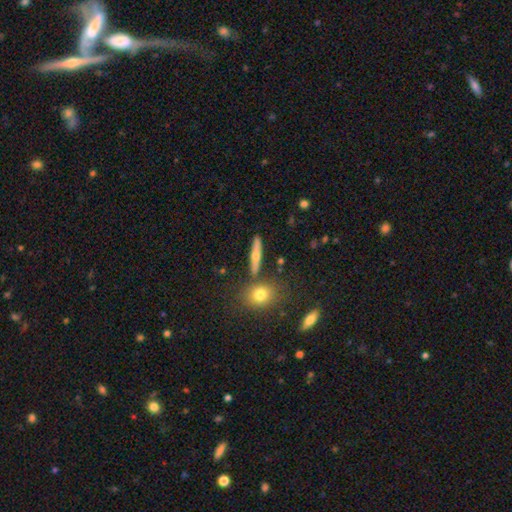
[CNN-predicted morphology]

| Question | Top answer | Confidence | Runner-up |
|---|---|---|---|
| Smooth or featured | smooth | 52% | featured or disk (38%) |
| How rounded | cigar-shaped | 72% | in between (19%) |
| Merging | none | 80% | minor disturbance (10%) |